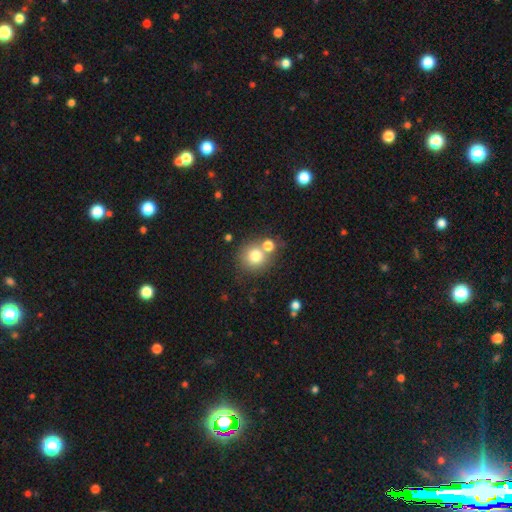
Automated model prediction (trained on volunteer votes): The model was most divided on "merging": none: 59%, merger: 28%, minor disturbance: 9%, major disturbance: 4%. More confident: how rounded — round (89%); smooth or featured — smooth (77%).